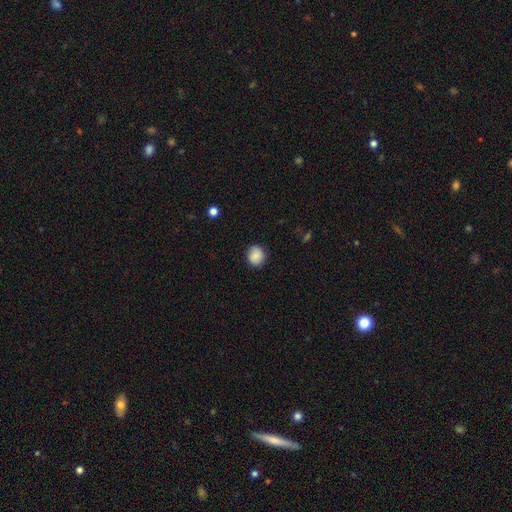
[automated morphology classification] Q: Smooth or featured?
A: smooth (87%); runner-up: star or artifact (8%)
Q: How rounded?
A: round (81%); runner-up: in between (18%)
Q: Merging?
A: none (88%); runner-up: minor disturbance (9%)